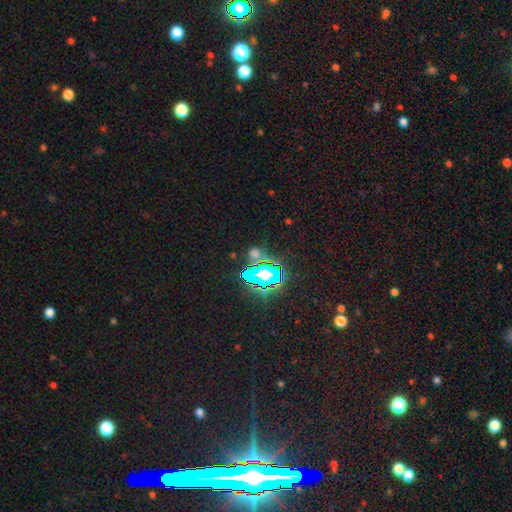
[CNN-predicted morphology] smooth_or_featured: star or artifact (p=0.70) [alt: smooth p=0.19]